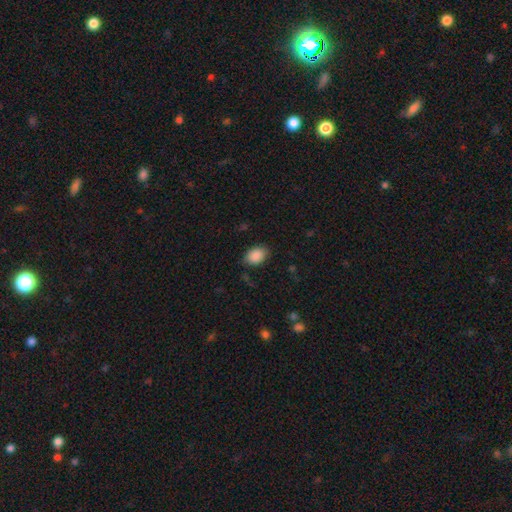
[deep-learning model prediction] Smooth or featured? Predicted: smooth (p=0.89). How rounded? Predicted: in between (p=0.79). Merging? Predicted: none (p=0.82).